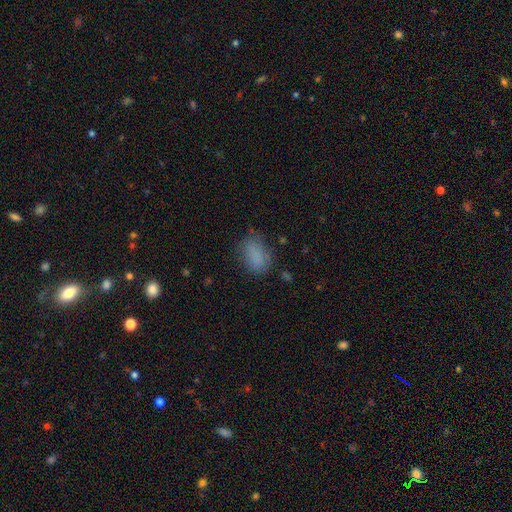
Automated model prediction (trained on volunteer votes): A smooth galaxy with no disk features (82%) that is in between round and cigar-shaped (85%). Merging: none (67%).